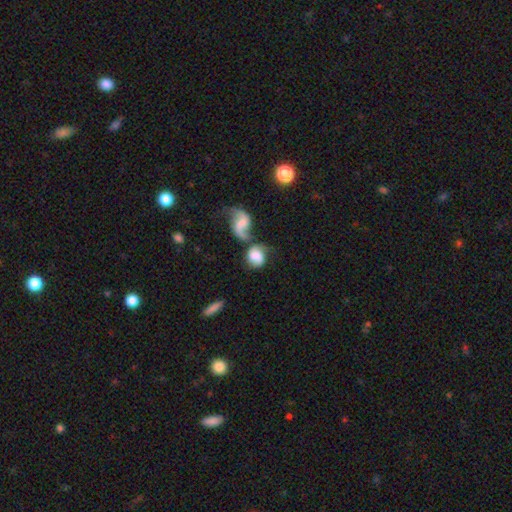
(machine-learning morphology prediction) smooth 52%, featured or disk 40%, star or artifact 8%. Down the decision tree: how rounded — round (57%); merging — merger (50%).